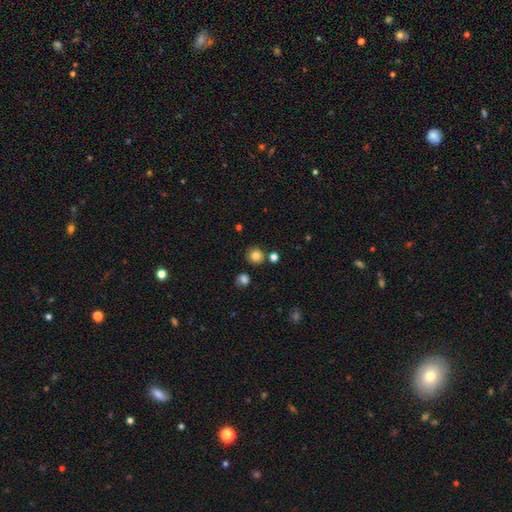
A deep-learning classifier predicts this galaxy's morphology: Q: Smooth or featured?
A: smooth (81%); runner-up: star or artifact (12%)
Q: How rounded?
A: round (91%); runner-up: in between (8%)
Q: Merging?
A: none (81%); runner-up: minor disturbance (9%)